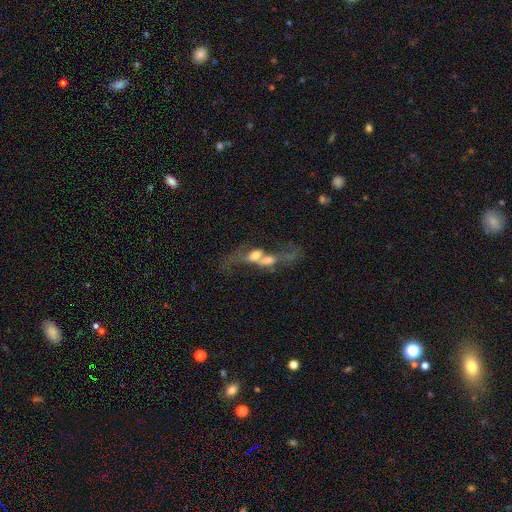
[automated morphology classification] Smooth or featured? Predicted: featured or disk (p=0.50). Edge-on disk? Predicted: no (p=0.75). Merging? Predicted: merger (p=0.68).